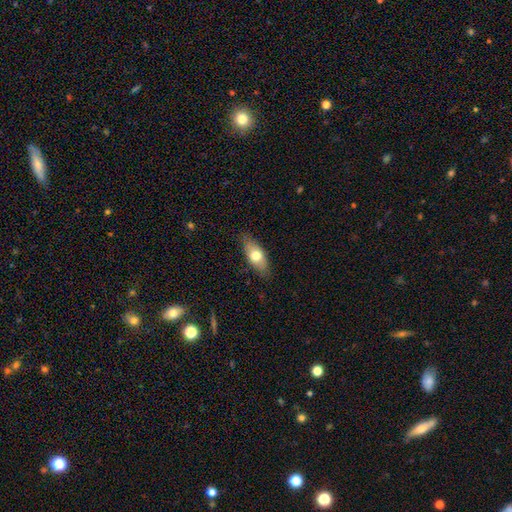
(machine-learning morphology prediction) Q: Smooth or featured?
A: smooth (68%); runner-up: featured or disk (25%)
Q: How rounded?
A: in between (82%); runner-up: cigar-shaped (14%)
Q: Merging?
A: none (82%); runner-up: minor disturbance (15%)